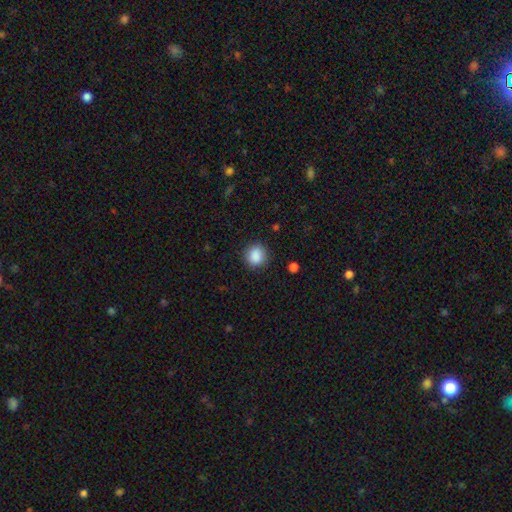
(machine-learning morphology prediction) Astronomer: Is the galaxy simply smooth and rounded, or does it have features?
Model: smooth — 88%.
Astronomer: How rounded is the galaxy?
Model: round — 84%.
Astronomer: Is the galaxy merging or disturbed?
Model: none — 88%.